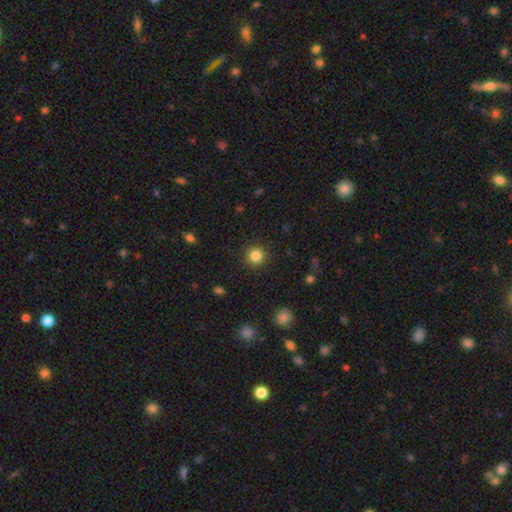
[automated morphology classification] A smooth galaxy with no disk features (84%) that is round (94%). Merging: none (91%).